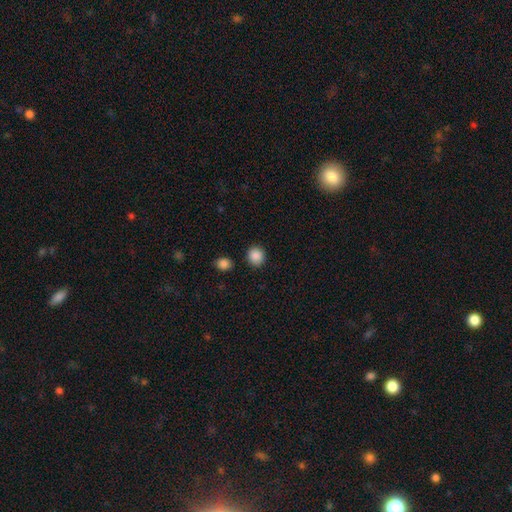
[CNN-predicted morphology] Smooth or featured? smooth (88%)
How rounded? round (85%)
Merging? none (87%)